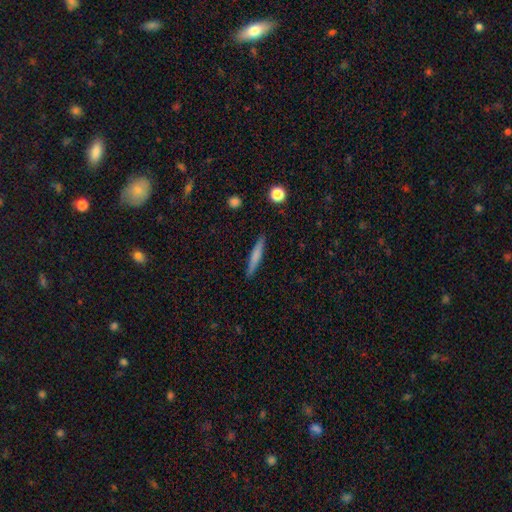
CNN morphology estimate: Overall: smooth (66%; featured or disk 28%). How rounded: cigar-shaped (94%). Merging: none (89%).